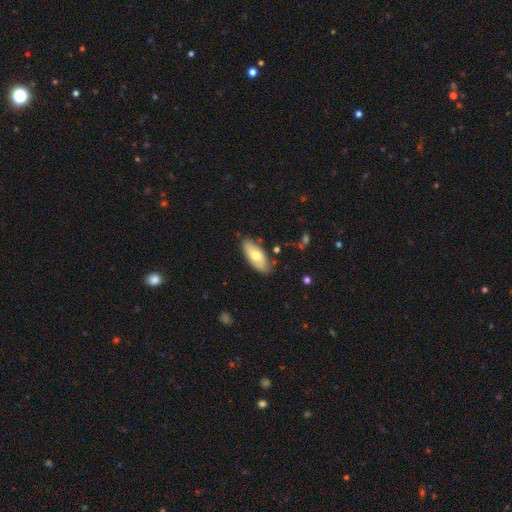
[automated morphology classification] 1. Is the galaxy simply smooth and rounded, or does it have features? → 63% smooth, 31% featured or disk, 6% star or artifact.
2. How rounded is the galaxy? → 86% in between, 11% cigar-shaped, 2% round.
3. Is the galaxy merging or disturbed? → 80% none, 15% minor disturbance, 3% major disturbance, 2% merger.